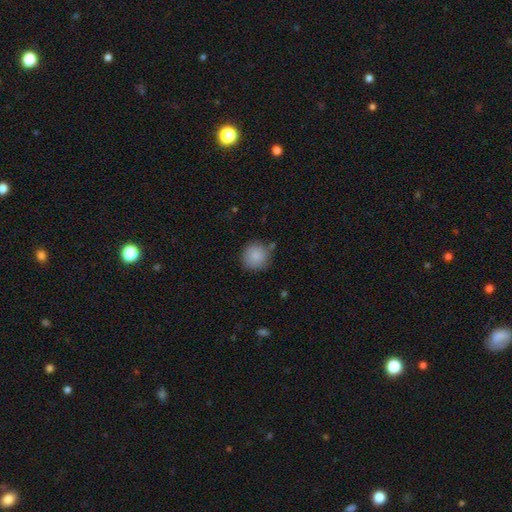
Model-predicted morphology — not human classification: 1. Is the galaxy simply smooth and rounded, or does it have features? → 87% smooth, 8% star or artifact, 5% featured or disk.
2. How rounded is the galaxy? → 94% round, 5% in between, 1% cigar-shaped.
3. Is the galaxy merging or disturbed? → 81% none, 12% minor disturbance, 4% merger, 3% major disturbance.